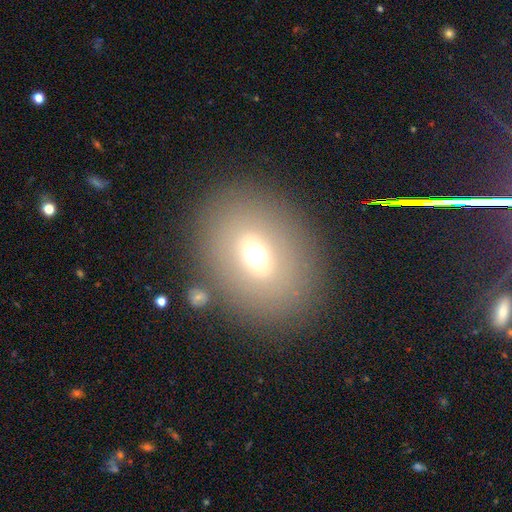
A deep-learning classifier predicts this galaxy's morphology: This is likely a smooth galaxy (65%). How rounded: possibly in between (56%). Merging: likely none (79%).